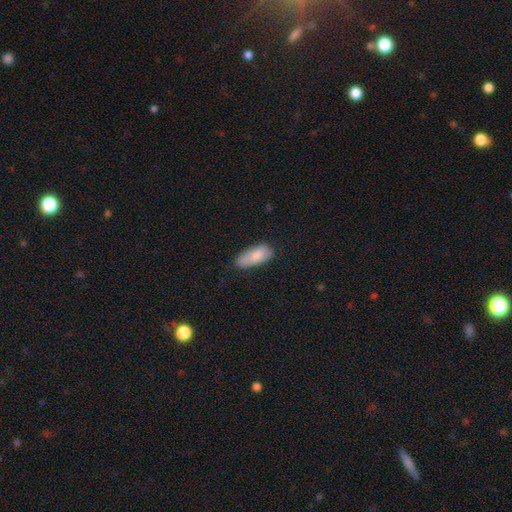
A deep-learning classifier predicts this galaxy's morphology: Q: Smooth or featured?
A: smooth (85%); runner-up: featured or disk (9%)
Q: How rounded?
A: in between (84%); runner-up: cigar-shaped (13%)
Q: Merging?
A: none (65%); runner-up: minor disturbance (28%)